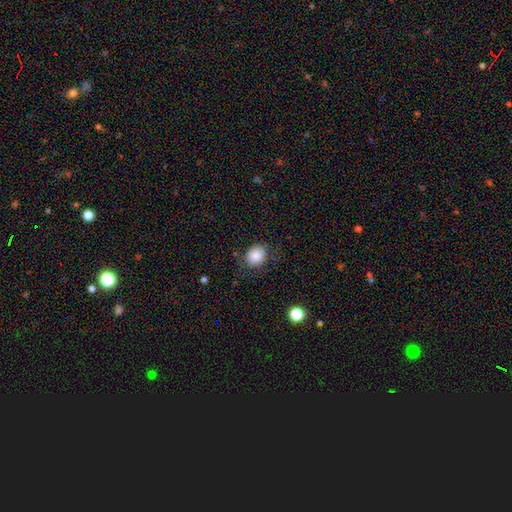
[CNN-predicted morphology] A smooth galaxy with no disk features (84%) that is round (55%).

Vote fractions:
- Smooth or featured? smooth: 84% / star or artifact: 9% / featured or disk: 7%
- How rounded? round: 55% / in between: 44% / cigar-shaped: 1%
- Merging? none: 73% / minor disturbance: 18% / major disturbance: 7% / merger: 2%